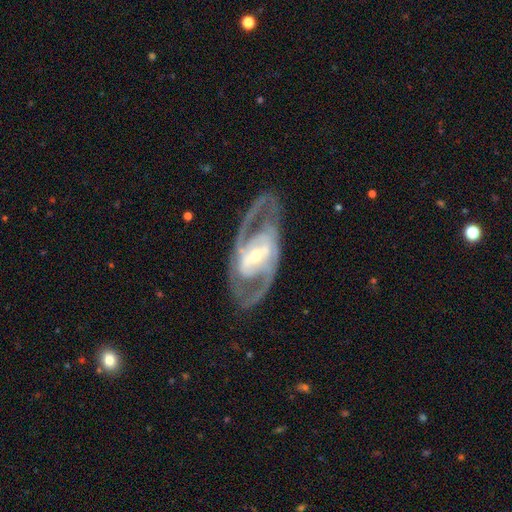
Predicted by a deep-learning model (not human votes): Smooth or featured? Predicted: featured or disk (p=0.89). Edge-on disk? Predicted: no (p=0.94). Bar? Predicted: strong (p=0.52). Spiral arms? Predicted: yes (p=0.90). Spiral winding? Predicted: medium (p=0.53). Spiral arm count? Predicted: 2 (p=0.84). Bulge size? Predicted: small (p=0.52). Merging? Predicted: none (p=0.75).